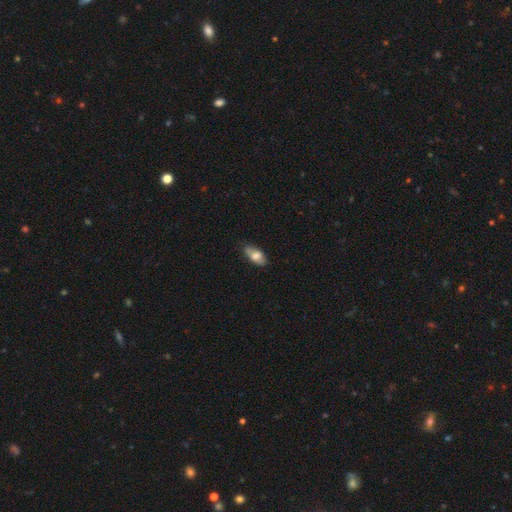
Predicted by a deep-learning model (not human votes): smooth-or-featured: smooth: 70% | featured or disk: 23% | star or artifact: 7%
  how-rounded: in between: 88% | cigar-shaped: 9% | round: 4%
  merging: none: 64% | minor disturbance: 26% | major disturbance: 5% | merger: 5%